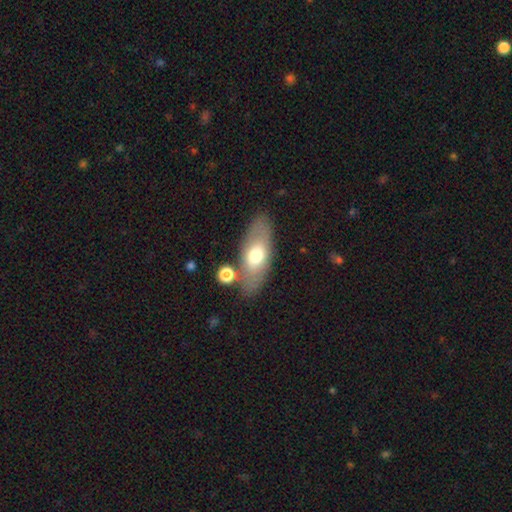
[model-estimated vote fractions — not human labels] A smooth galaxy with no disk features (63%) that is in between round and cigar-shaped (79%). Merging: none (71%).